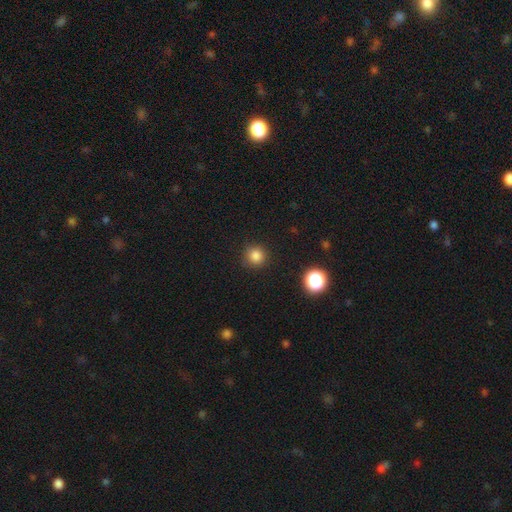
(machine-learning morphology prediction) This appears to be a smooth galaxy with no disk features (83%) that is round (94%). Merging: none (89%).